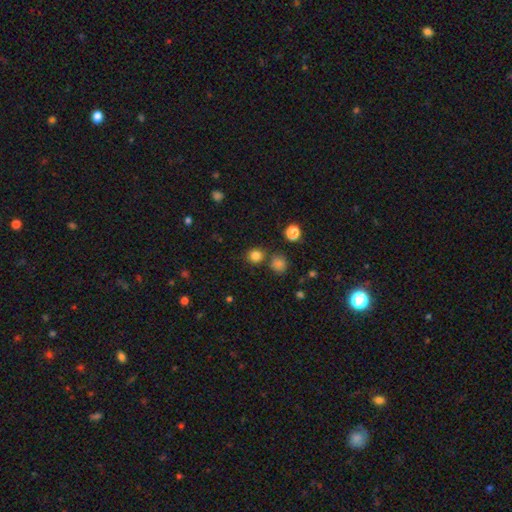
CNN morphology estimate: The model was most divided on "smooth or featured": smooth: 81%, star or artifact: 14%, featured or disk: 4%. More confident: how rounded — round (88%); merging — none (78%).